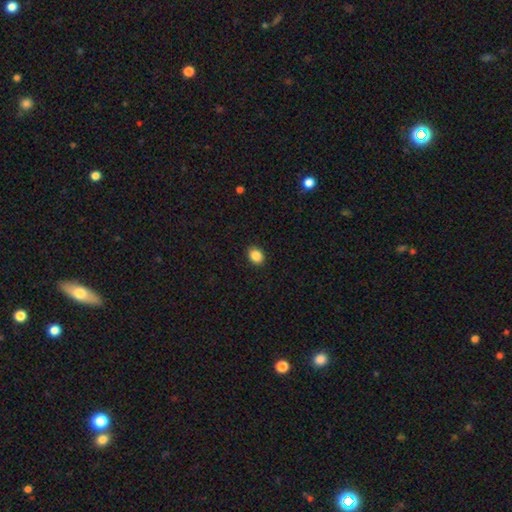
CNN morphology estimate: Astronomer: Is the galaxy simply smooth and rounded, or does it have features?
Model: smooth — 88%.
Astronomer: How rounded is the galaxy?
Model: in between — 54% (runner-up: round, 45%).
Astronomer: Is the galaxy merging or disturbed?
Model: none — 91%.